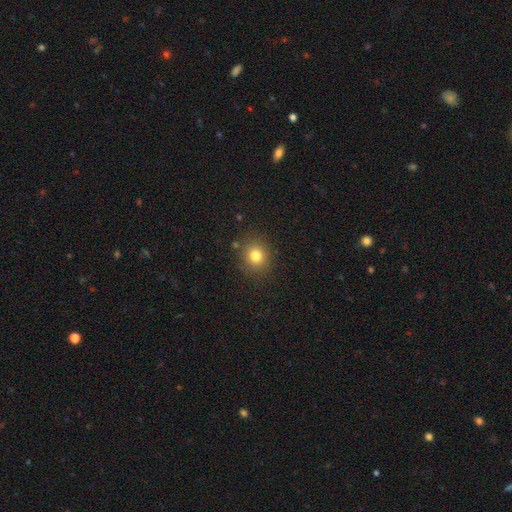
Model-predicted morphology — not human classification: This appears to be a smooth galaxy with no disk features (79%) that is round (83%). Merging: none (86%).